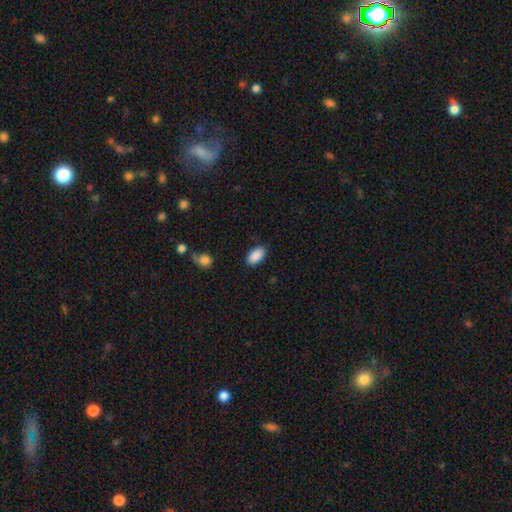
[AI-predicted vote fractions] smooth_or_featured: smooth (p=0.90) [alt: star or artifact p=0.07]
how_rounded: in between (p=0.94) [alt: round p=0.04]
merging: none (p=0.84) [alt: minor disturbance p=0.12]